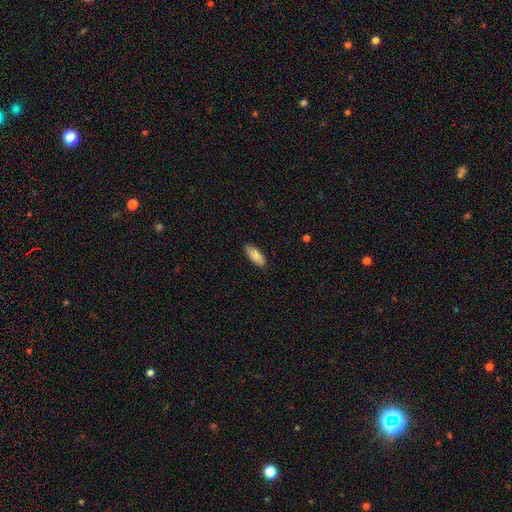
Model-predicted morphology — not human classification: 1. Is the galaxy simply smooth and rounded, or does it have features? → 87% smooth, 7% featured or disk, 6% star or artifact.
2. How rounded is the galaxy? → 77% in between, 22% cigar-shaped, 2% round.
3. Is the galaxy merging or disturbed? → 86% none, 11% minor disturbance, 2% major disturbance, 1% merger.